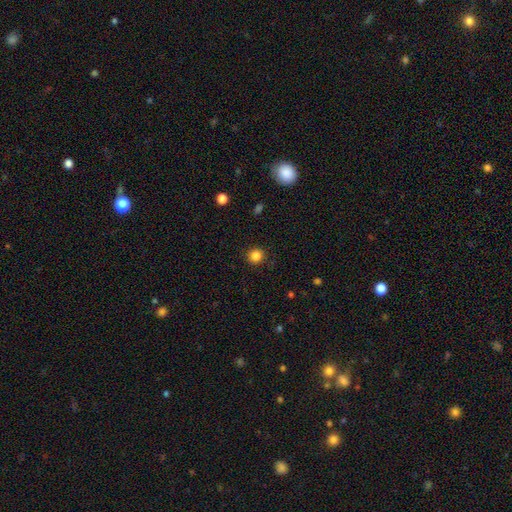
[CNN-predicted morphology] type=smooth (84%); roundness=round (92%); merging=none (90%).